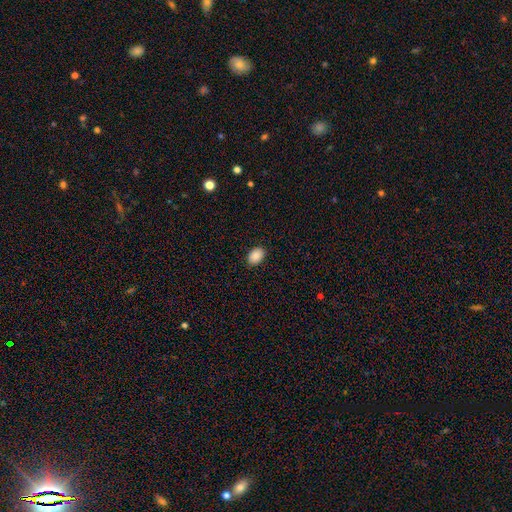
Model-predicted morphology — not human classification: Q: Smooth or featured?
A: smooth (89%); runner-up: star or artifact (7%)
Q: How rounded?
A: in between (82%); runner-up: round (17%)
Q: Merging?
A: none (89%); runner-up: minor disturbance (8%)